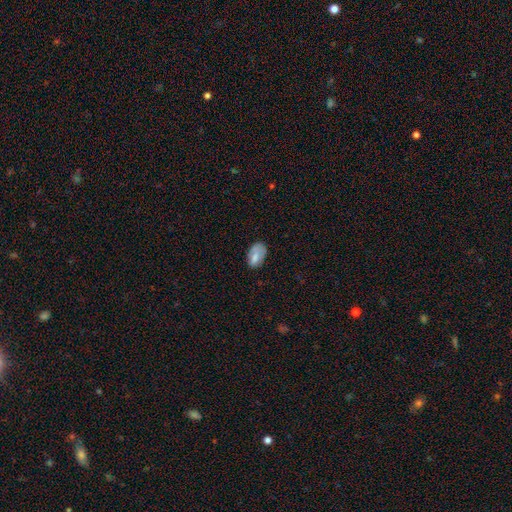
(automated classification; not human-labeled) Smooth or featured? smooth (75%)
How rounded? in between (92%)
Merging? none (60%)